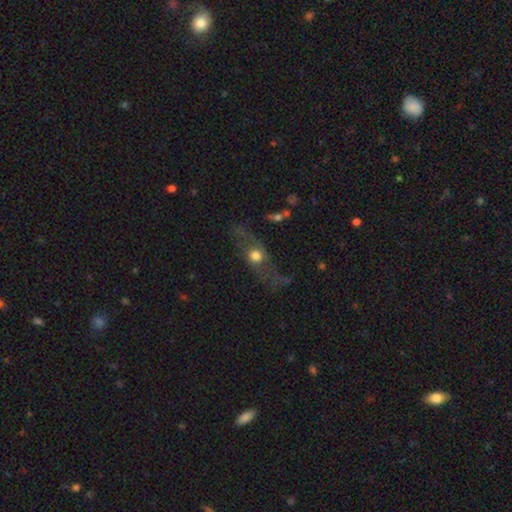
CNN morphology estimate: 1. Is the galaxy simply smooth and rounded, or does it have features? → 48% featured or disk, 39% smooth, 13% star or artifact.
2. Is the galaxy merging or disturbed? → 54% none, 22% major disturbance, 19% minor disturbance, 5% merger.